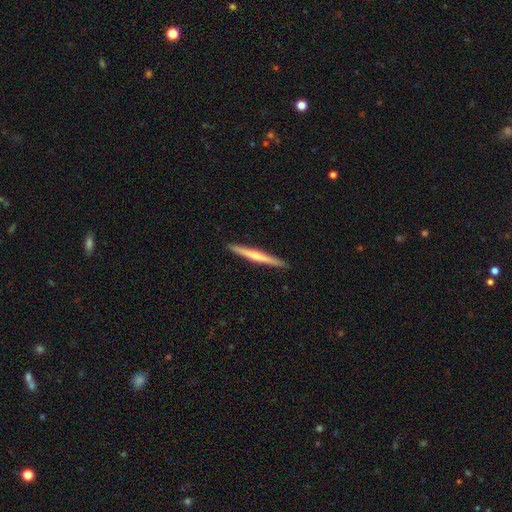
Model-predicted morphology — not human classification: The model was most divided on "smooth or featured": featured or disk: 57%, smooth: 38%, star or artifact: 5%. More confident: edge-on disk — yes (98%); merging — none (92%); edge-on bulge — rounded (59%).